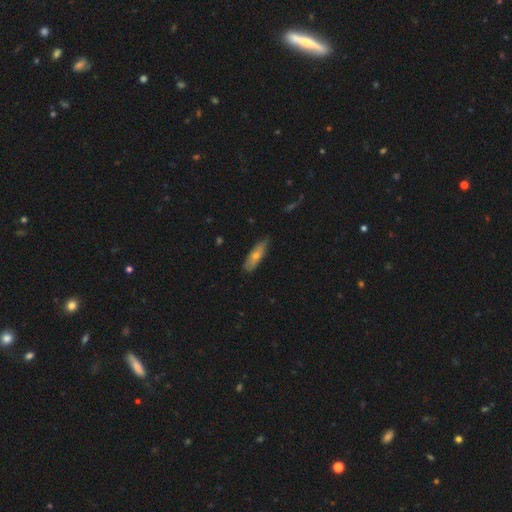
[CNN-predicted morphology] The model was most divided on "smooth or featured": smooth: 53%, featured or disk: 39%, star or artifact: 8%. More confident: merging — none (81%); how rounded — cigar-shaped (62%).